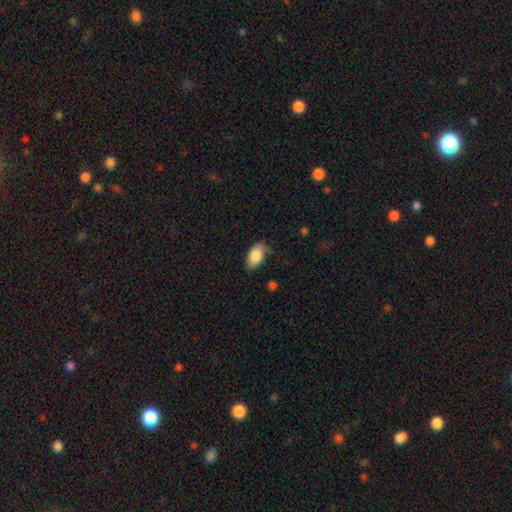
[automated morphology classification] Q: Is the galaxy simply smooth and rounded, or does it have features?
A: smooth — 85%.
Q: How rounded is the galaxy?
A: in between — 94%.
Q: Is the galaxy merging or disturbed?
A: none — 66%.